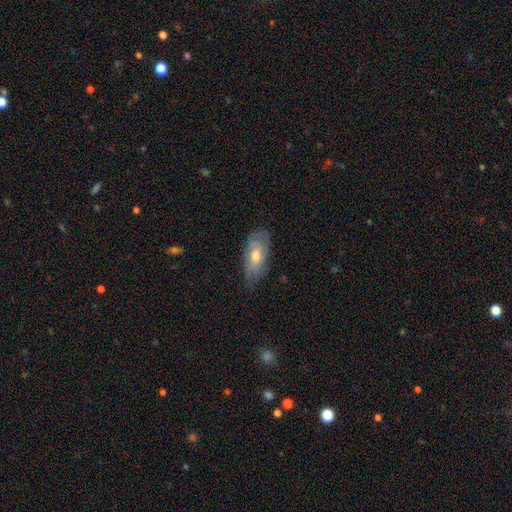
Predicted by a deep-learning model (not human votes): This is possibly a featured or disk galaxy (48%). Merging: likely none (68%).